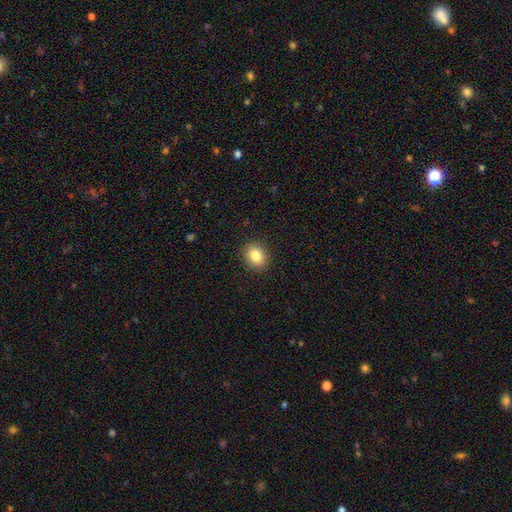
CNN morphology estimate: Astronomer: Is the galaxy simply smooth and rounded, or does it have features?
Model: smooth — 84%.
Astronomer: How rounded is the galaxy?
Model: in between — 51% (runner-up: round, 48%).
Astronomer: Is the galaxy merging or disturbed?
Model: none — 90%.